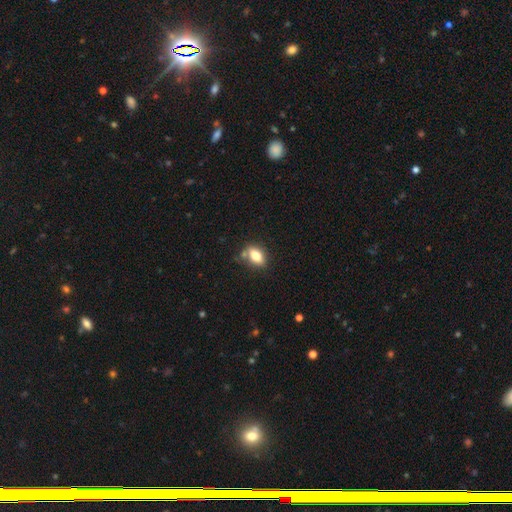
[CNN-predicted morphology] type=smooth (76%); roundness=in between (84%); merging=none (67%).